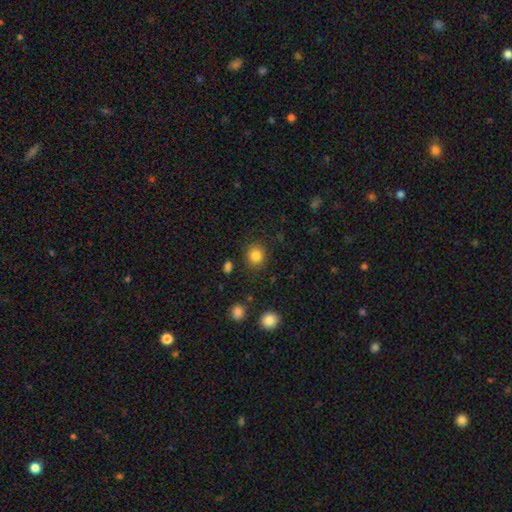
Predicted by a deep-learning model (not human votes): The model was most divided on "how rounded": round: 83%, in between: 16%, cigar-shaped: 1%. More confident: merging — none (88%); smooth or featured — smooth (85%).